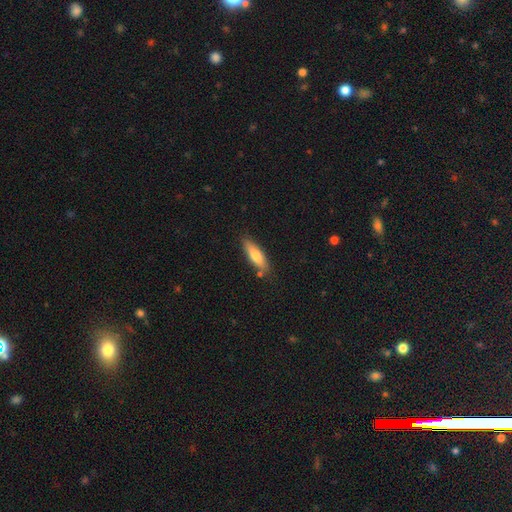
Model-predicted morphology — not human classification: The model was most divided on "how rounded": cigar-shaped: 61%, in between: 38%, round: 2%. More confident: merging — none (80%); smooth or featured — smooth (72%).